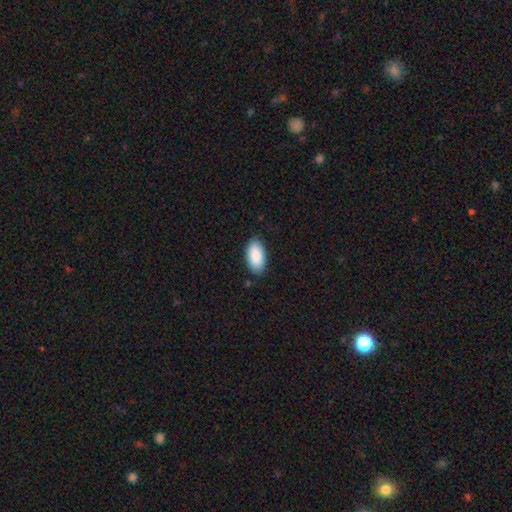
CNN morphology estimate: This appears to be a smooth galaxy with no disk features (90%) that is in between round and cigar-shaped (95%). Merging: none (84%).